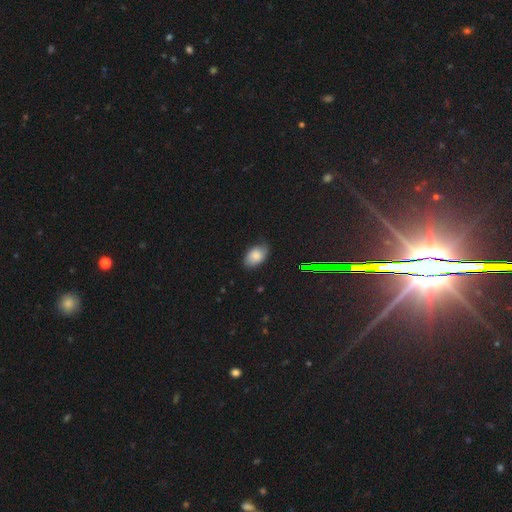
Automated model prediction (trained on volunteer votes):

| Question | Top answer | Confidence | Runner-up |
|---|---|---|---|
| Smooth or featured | smooth | 79% | featured or disk (11%) |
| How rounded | in between | 91% | round (8%) |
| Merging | none | 76% | minor disturbance (19%) |